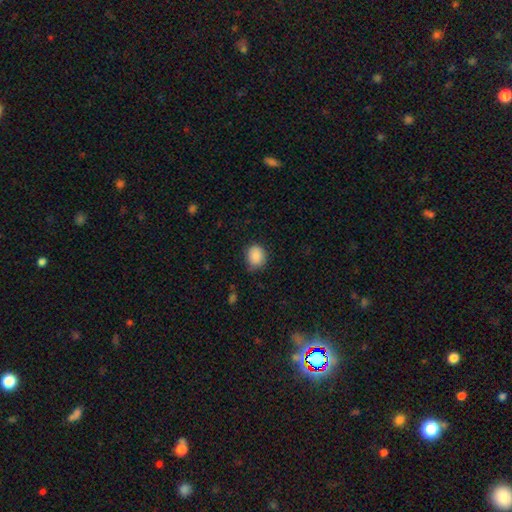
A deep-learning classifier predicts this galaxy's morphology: The model was most divided on "how rounded": round: 64%, in between: 35%, cigar-shaped: 1%. More confident: smooth or featured — smooth (88%); merging — none (75%).